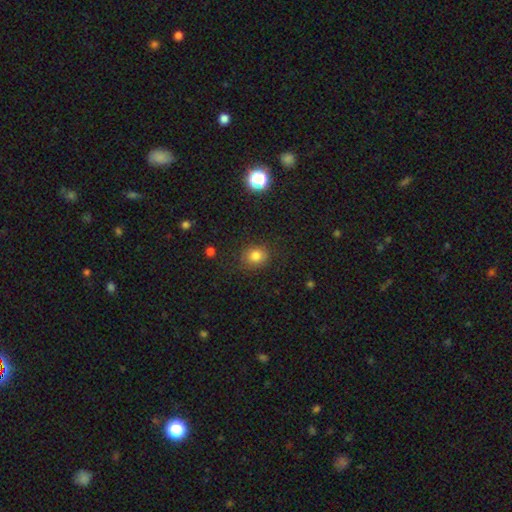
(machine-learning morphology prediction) The model was most divided on "how rounded": round: 72%, in between: 27%, cigar-shaped: 1%. More confident: merging — none (83%); smooth or featured — smooth (80%).